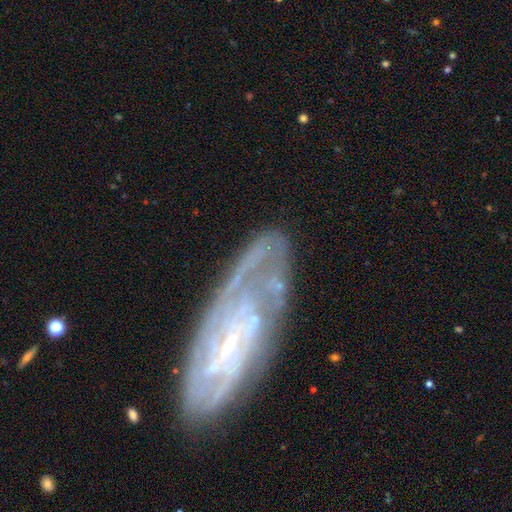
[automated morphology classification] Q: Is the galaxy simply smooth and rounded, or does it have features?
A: featured or disk — 78%.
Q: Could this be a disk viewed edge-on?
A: no — 86%.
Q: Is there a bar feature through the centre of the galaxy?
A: no — 43%.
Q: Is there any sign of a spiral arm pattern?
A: yes — 80%.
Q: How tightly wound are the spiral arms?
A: tight — 56%.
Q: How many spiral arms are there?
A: can't tell — 49%.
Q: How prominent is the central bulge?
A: small — 54%.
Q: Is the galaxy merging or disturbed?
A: none — 64%.